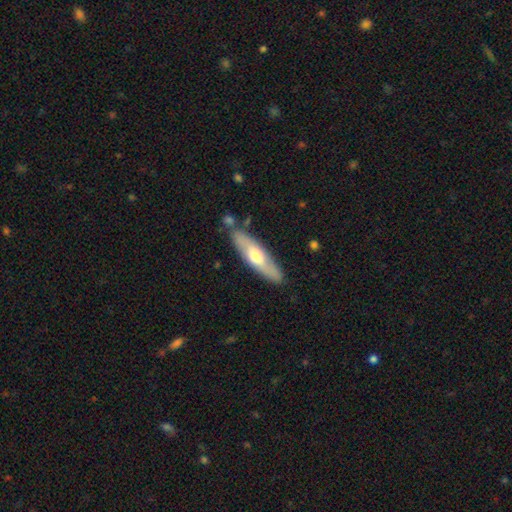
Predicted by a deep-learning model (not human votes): Smooth or featured? Predicted: smooth (p=0.51). How rounded? Predicted: cigar-shaped (p=0.67). Merging? Predicted: none (p=0.78).